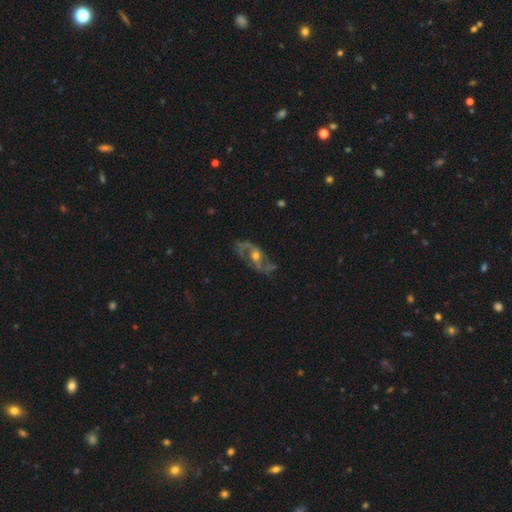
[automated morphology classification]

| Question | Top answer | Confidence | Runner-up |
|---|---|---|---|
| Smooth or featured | featured or disk | 85% | smooth (8%) |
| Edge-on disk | no | 95% | yes (5%) |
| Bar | no | 55% | weak (32%) |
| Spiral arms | yes | 92% | no (8%) |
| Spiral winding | loose | 52% | medium (39%) |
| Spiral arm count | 2 | 88% | can't tell (4%) |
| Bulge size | moderate | 66% | small (25%) |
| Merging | none | 64% | minor disturbance (19%) |